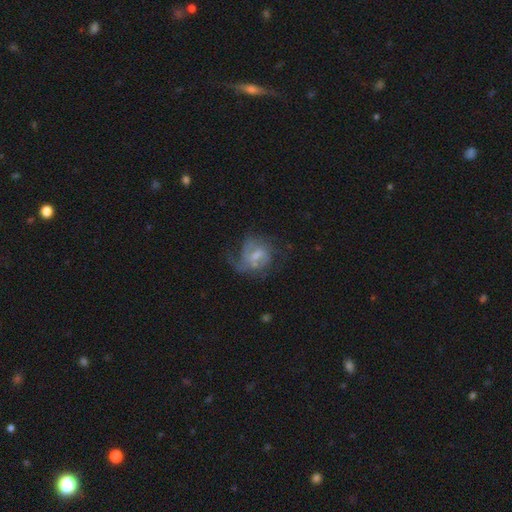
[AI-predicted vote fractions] This appears to be a featured or disk galaxy (64%) with a weak bar (51%), spiral arms (74%) and a small central bulge (40%). Merging: major disturbance (37%).